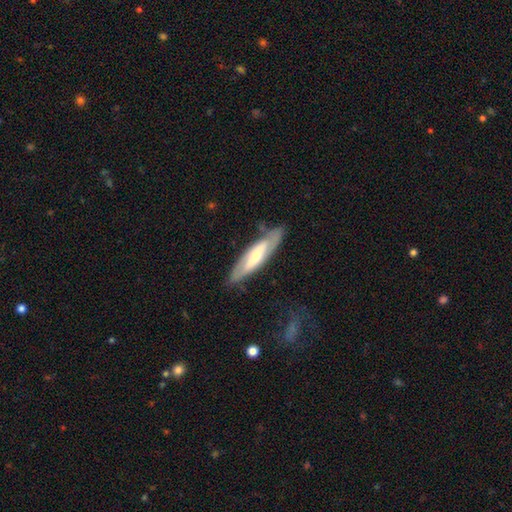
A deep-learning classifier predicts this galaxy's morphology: Q: Smooth or featured?
A: featured or disk (57%); runner-up: smooth (38%)
Q: Edge-on disk?
A: no (52%); runner-up: yes (48%)
Q: Merging?
A: none (76%); runner-up: minor disturbance (17%)